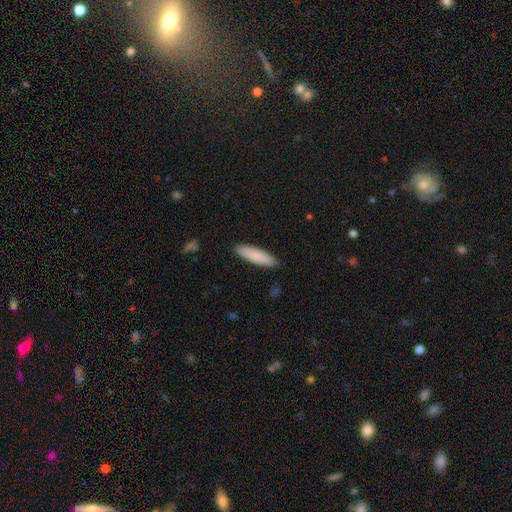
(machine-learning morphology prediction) Smooth or featured?
  - smooth: 86% *
  - featured or disk: 8%
  - star or artifact: 5%
How rounded?
  - cigar-shaped: 76% *
  - in between: 23%
  - round: 1%
Merging?
  - none: 90% *
  - minor disturbance: 8%
  - major disturbance: 1%
  - merger: 1%